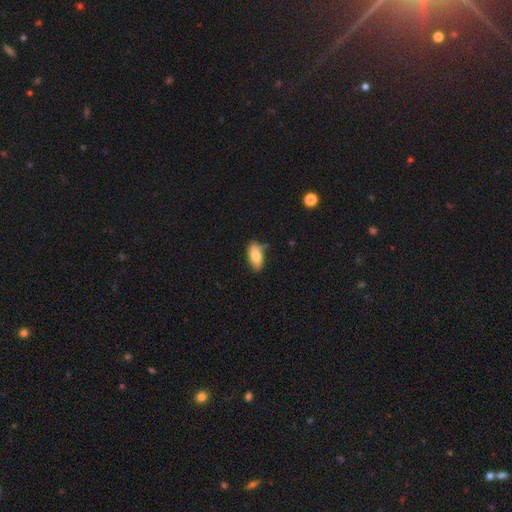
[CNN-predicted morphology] smooth 72%, featured or disk 21%, star or artifact 7%. Down the decision tree: how rounded — in between (89%); merging — none (58%).